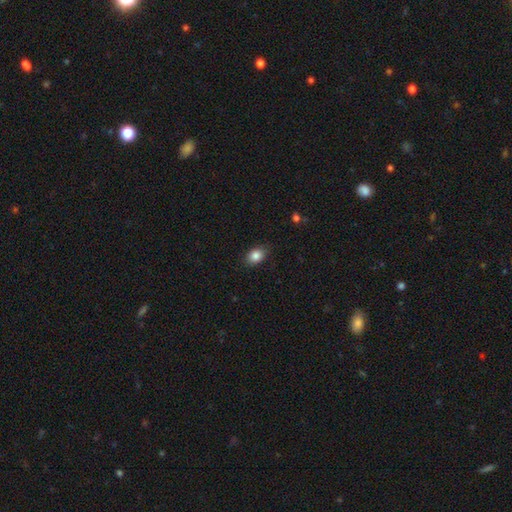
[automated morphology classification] A smooth galaxy with no disk features (85%) that is in between round and cigar-shaped (72%). Merging: none (85%).